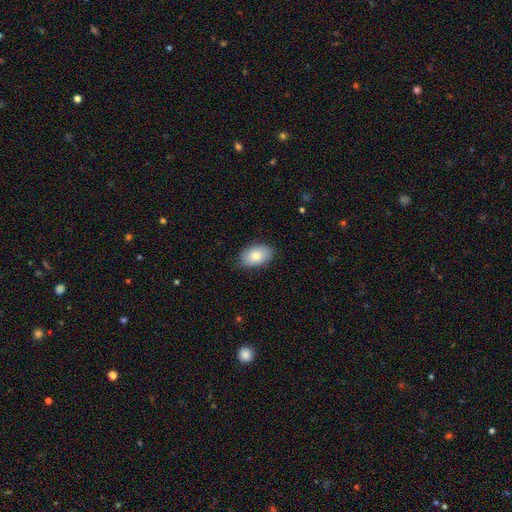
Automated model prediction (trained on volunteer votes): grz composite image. It shows a smooth galaxy with no disk features (79%) that is in between round and cigar-shaped (90%). Merging: none (84%).